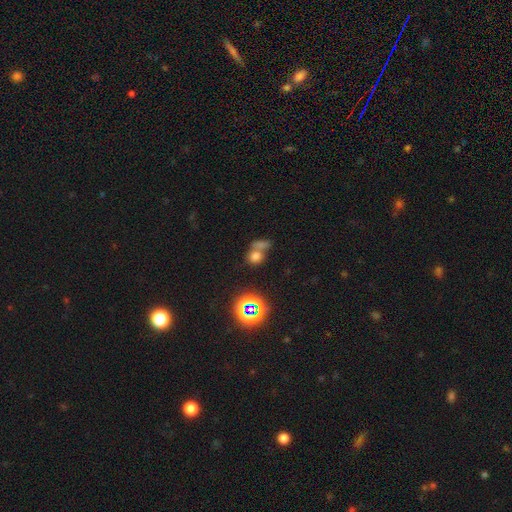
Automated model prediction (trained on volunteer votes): Smooth or featured?
  - smooth: 67% *
  - star or artifact: 24%
  - featured or disk: 10%
How rounded?
  - round: 66% *
  - in between: 31%
  - cigar-shaped: 2%
Merging?
  - merger: 47% *
  - none: 40%
  - minor disturbance: 8%
  - major disturbance: 5%